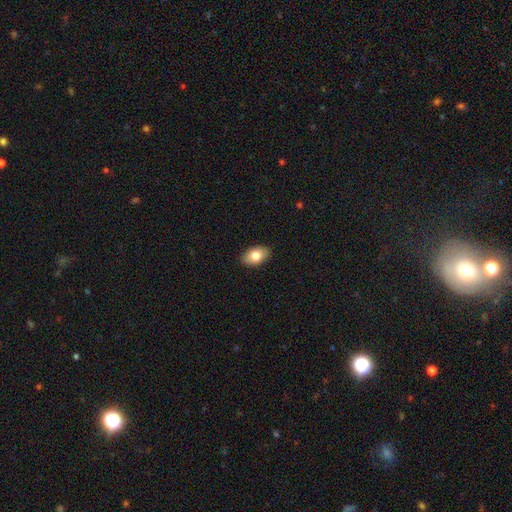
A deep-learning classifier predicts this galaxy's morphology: Smooth or featured? smooth (79%)
How rounded? in between (91%)
Merging? none (89%)